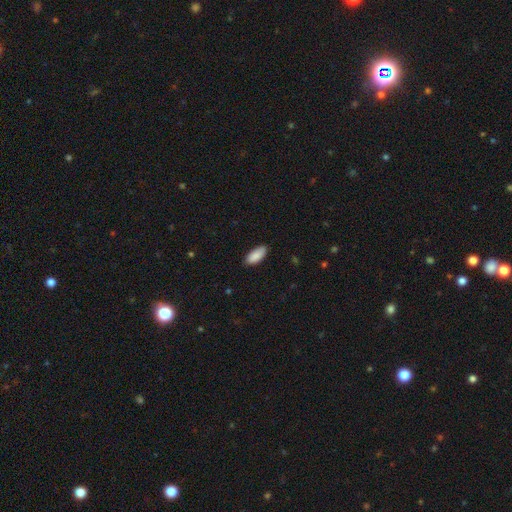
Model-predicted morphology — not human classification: type=smooth (89%); roundness=in between (86%); merging=none (85%).